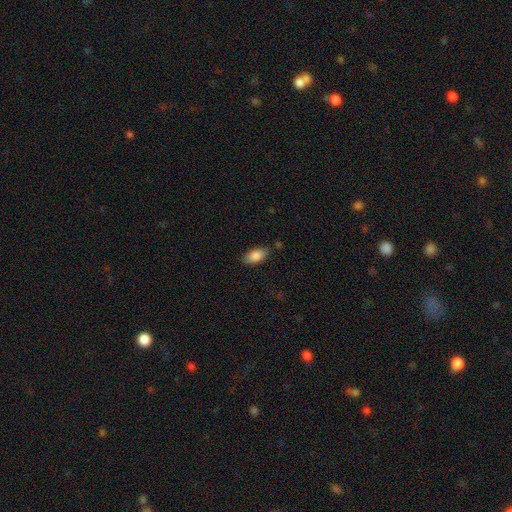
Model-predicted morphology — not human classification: The model was most divided on "merging": none: 79%, minor disturbance: 15%, major disturbance: 3%, merger: 3%. More confident: how rounded — in between (91%); smooth or featured — smooth (87%).